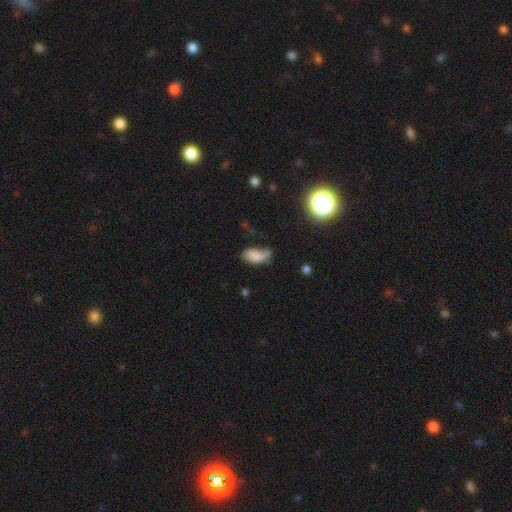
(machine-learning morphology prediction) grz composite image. It shows a smooth galaxy with no disk features (66%) that is in between round and cigar-shaped (90%). Merging: none (35%).